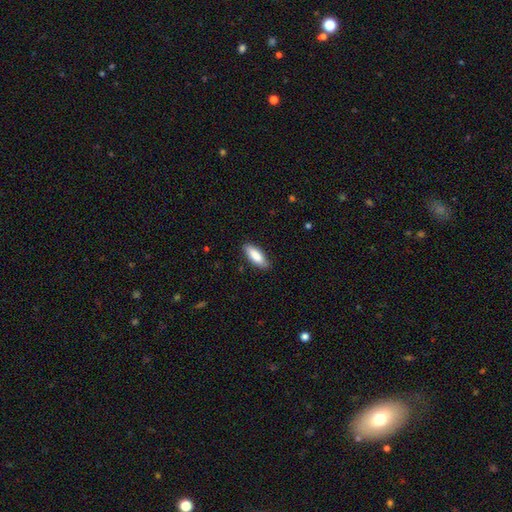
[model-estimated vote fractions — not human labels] A smooth galaxy with no disk features (84%) that is in between round and cigar-shaped (70%). Merging: none (84%).